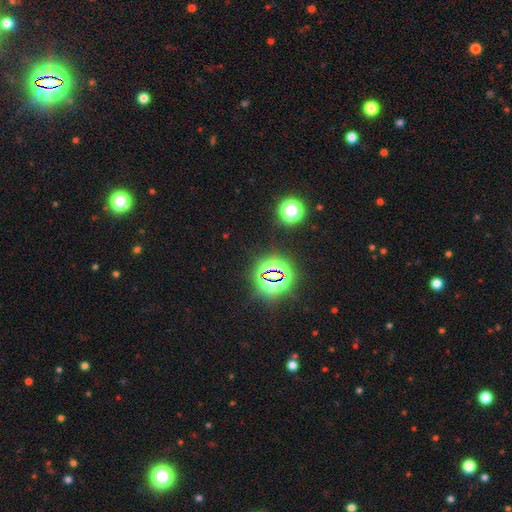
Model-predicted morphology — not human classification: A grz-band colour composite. It shows a star or artifact, not a galaxy (79%).